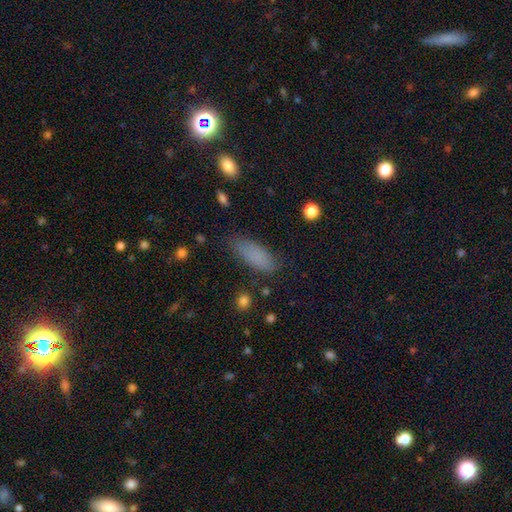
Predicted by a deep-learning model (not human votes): smooth-or-featured: smooth: 83% | star or artifact: 10% | featured or disk: 7%
  how-rounded: in between: 71% | cigar-shaped: 27% | round: 2%
  merging: none: 76% | minor disturbance: 18% | major disturbance: 5% | merger: 2%